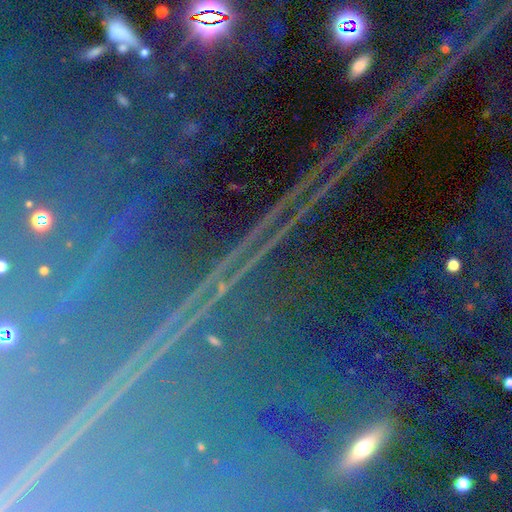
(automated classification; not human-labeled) Overall: star or artifact (88%).